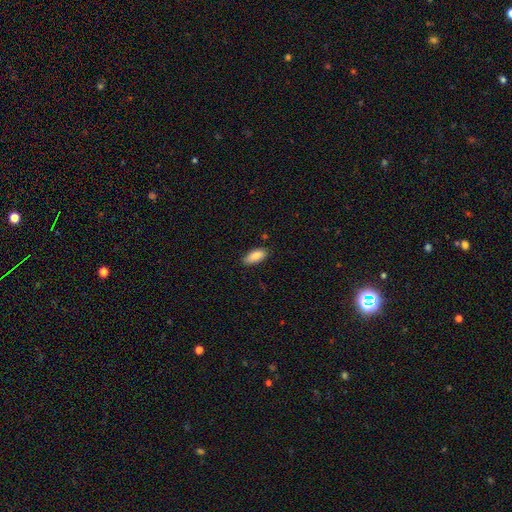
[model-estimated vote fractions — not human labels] smooth_or_featured: smooth (p=0.87) [alt: star or artifact p=0.06]
how_rounded: in between (p=0.85) [alt: cigar-shaped p=0.13]
merging: none (p=0.84) [alt: minor disturbance p=0.12]